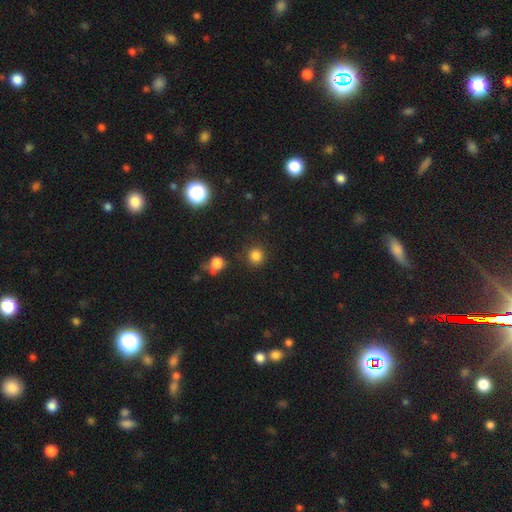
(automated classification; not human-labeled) Smooth or featured?
  - smooth: 83% *
  - star or artifact: 13%
  - featured or disk: 4%
How rounded?
  - round: 92% *
  - in between: 7%
  - cigar-shaped: 1%
Merging?
  - none: 86% *
  - minor disturbance: 7%
  - merger: 4%
  - major disturbance: 3%